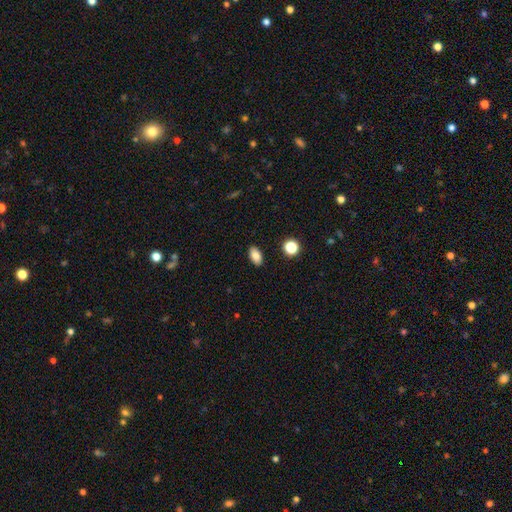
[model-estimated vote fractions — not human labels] smooth 82%, star or artifact 10%, featured or disk 8%. Down the decision tree: how rounded — in between (90%); merging — none (89%).